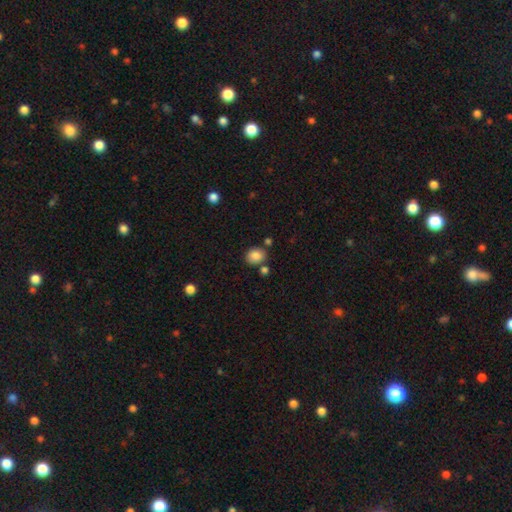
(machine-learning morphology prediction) Smooth or featured? Predicted: smooth (p=0.84). How rounded? Predicted: round (p=0.63). Merging? Predicted: none (p=0.75).